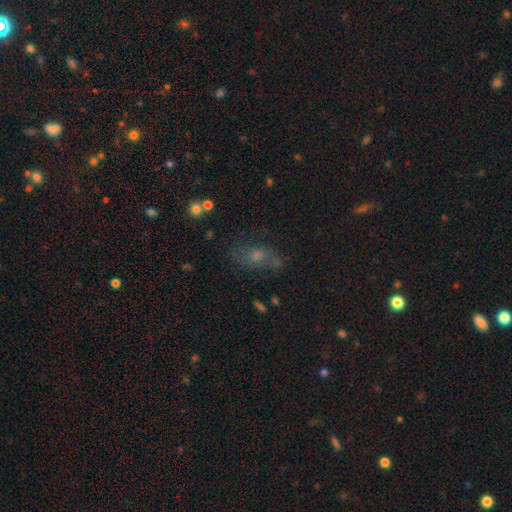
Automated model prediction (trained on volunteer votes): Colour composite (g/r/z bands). It shows a smooth galaxy with no disk features (46%). Merging: none (54%).